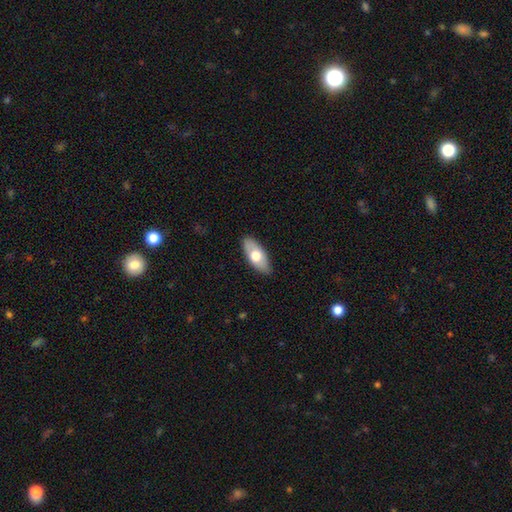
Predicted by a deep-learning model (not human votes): smooth-or-featured: smooth: 63% | featured or disk: 31% | star or artifact: 6%
  how-rounded: in between: 85% | cigar-shaped: 12% | round: 3%
  merging: none: 86% | minor disturbance: 11% | major disturbance: 2% | merger: 1%